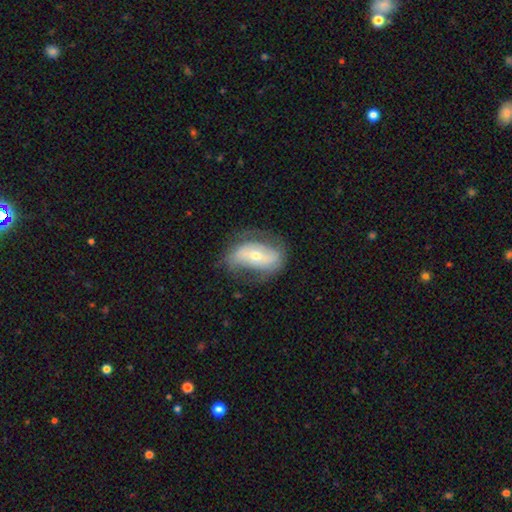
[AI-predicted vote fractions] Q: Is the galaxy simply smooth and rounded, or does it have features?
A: featured or disk — 60%.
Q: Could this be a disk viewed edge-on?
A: no — 91%.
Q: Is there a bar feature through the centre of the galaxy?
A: no — 40%.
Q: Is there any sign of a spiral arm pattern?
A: yes — 61%.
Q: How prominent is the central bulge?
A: moderate — 53%.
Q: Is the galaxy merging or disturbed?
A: none — 61%.